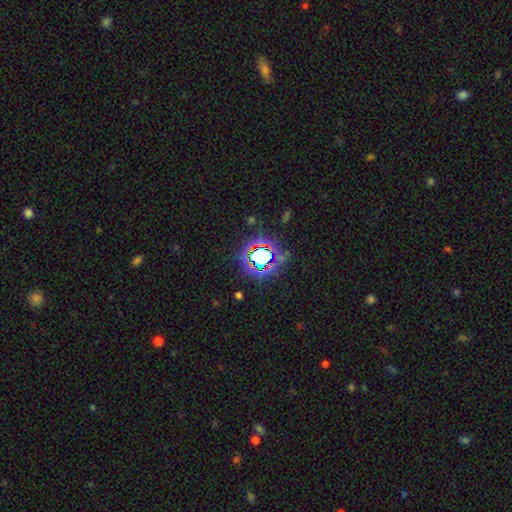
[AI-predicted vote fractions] A star or artifact, not a galaxy (66%).